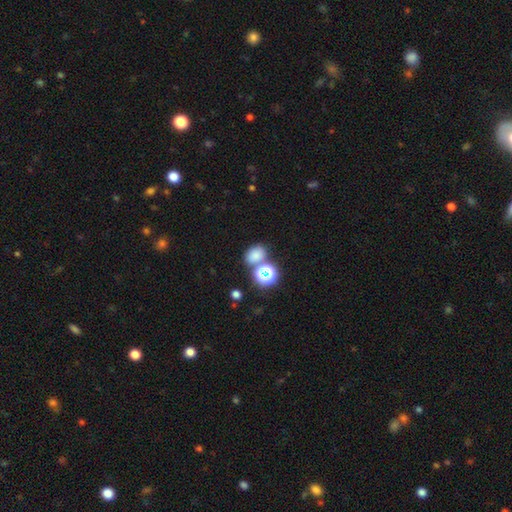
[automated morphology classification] This is likely a smooth galaxy (73%). How rounded: likely in between (60%). Merging: likely none (63%).